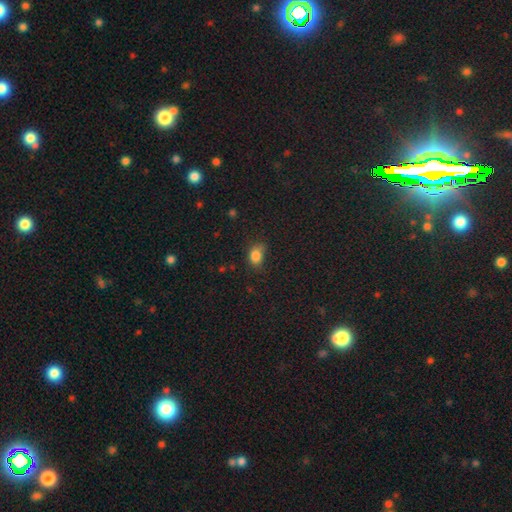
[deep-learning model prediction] smooth-or-featured: smooth: 83% | star or artifact: 11% | featured or disk: 6%
  how-rounded: in between: 69% | round: 30% | cigar-shaped: 1%
  merging: none: 56% | minor disturbance: 31% | major disturbance: 9% | merger: 4%